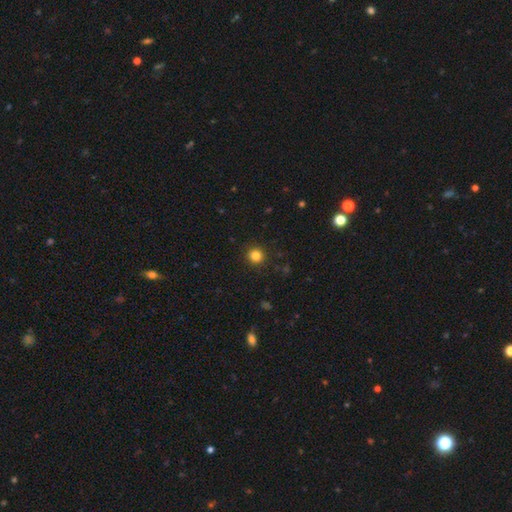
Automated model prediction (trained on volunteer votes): The model was most divided on "smooth or featured": smooth: 83%, star or artifact: 13%, featured or disk: 5%. More confident: how rounded — round (94%); merging — none (92%).